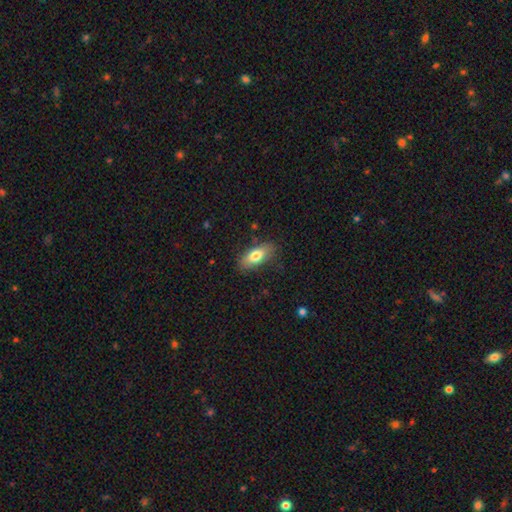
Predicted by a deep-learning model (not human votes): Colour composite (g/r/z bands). It shows a smooth galaxy with no disk features (77%) that is in between round and cigar-shaped (82%). Merging: none (81%).